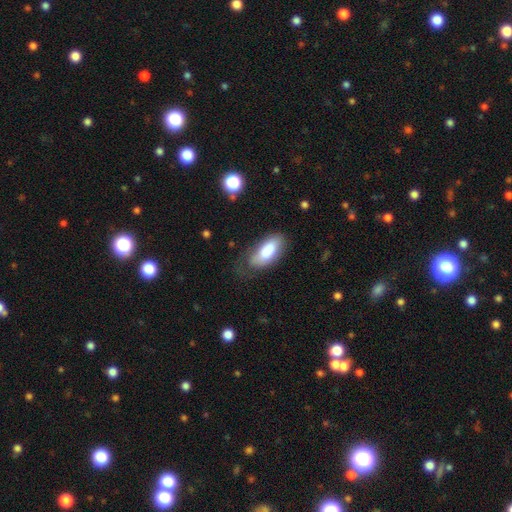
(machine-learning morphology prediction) Smooth or featured? Predicted: smooth (p=0.68). How rounded? Predicted: in between (p=0.84). Merging? Predicted: none (p=0.65).